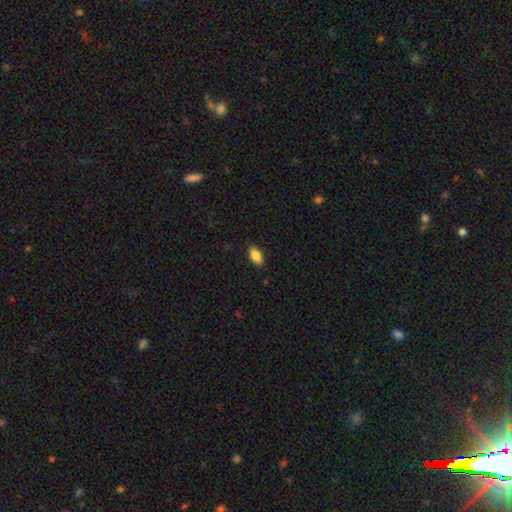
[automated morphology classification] This is clearly a smooth galaxy (87%). How rounded: clearly in between (91%). Merging: clearly none (88%).